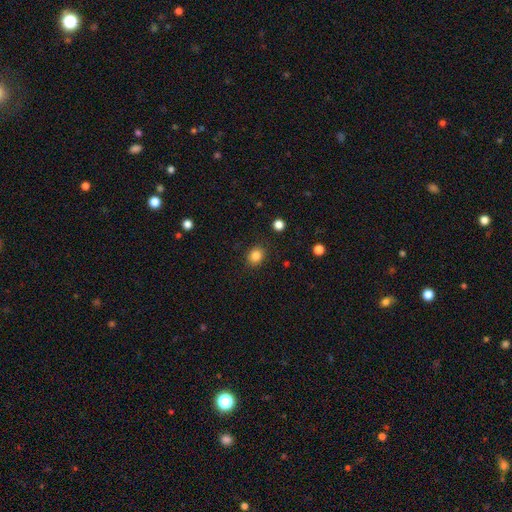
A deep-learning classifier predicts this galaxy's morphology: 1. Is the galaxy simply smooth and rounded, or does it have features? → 85% smooth, 11% star or artifact, 4% featured or disk.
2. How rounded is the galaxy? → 71% round, 28% in between, 1% cigar-shaped.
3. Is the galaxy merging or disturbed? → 88% none, 8% minor disturbance, 3% major disturbance, 1% merger.